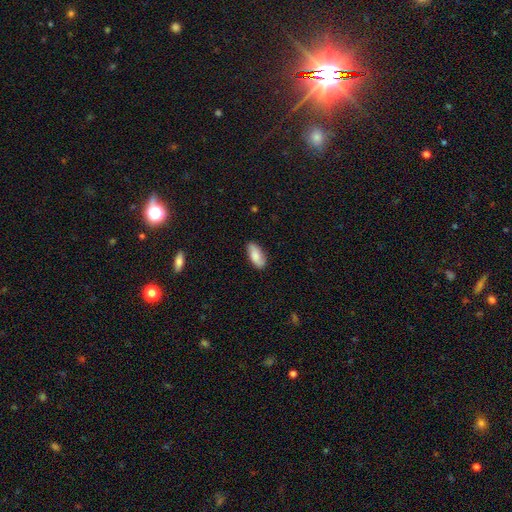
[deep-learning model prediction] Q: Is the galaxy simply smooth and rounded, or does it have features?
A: smooth — 76%.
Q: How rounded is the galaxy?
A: in between — 85%.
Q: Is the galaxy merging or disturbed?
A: none — 83%.